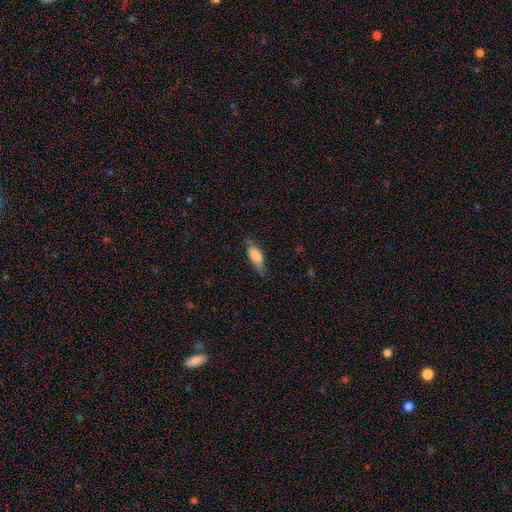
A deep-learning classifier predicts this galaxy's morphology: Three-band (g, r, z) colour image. It shows a smooth galaxy with no disk features (75%) that is in between round and cigar-shaped (71%). Merging: none (64%).